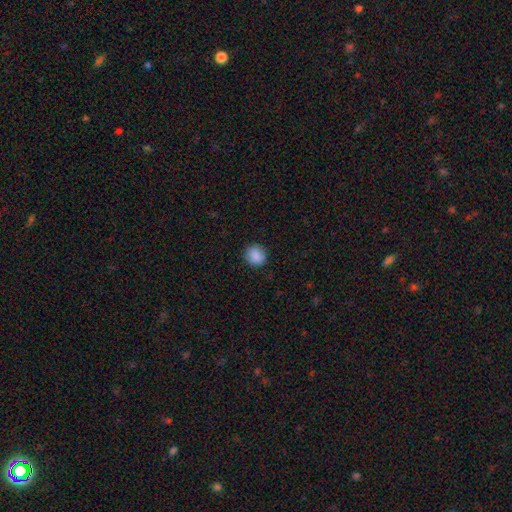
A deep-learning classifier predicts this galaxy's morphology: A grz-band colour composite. It shows a smooth galaxy with no disk features (88%) that is round (79%). Merging: none (87%).